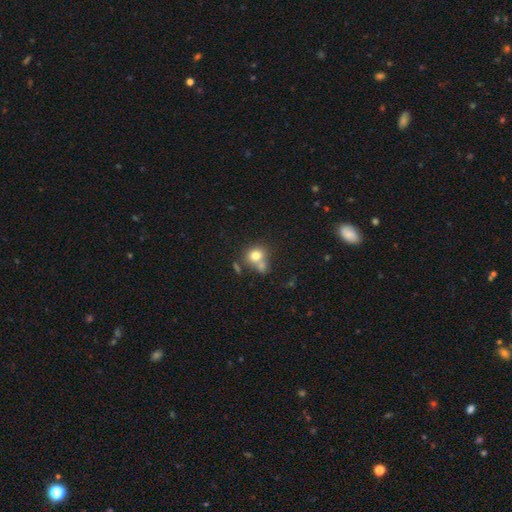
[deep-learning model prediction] This is likely a smooth galaxy (75%). How rounded: likely round (70%). Merging: marginally none (42%).